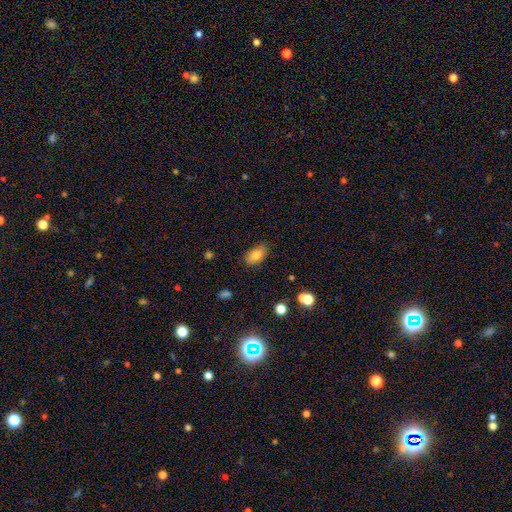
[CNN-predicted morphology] Q: Smooth or featured?
A: smooth (78%); runner-up: featured or disk (13%)
Q: How rounded?
A: in between (90%); runner-up: round (6%)
Q: Merging?
A: none (80%); runner-up: minor disturbance (16%)